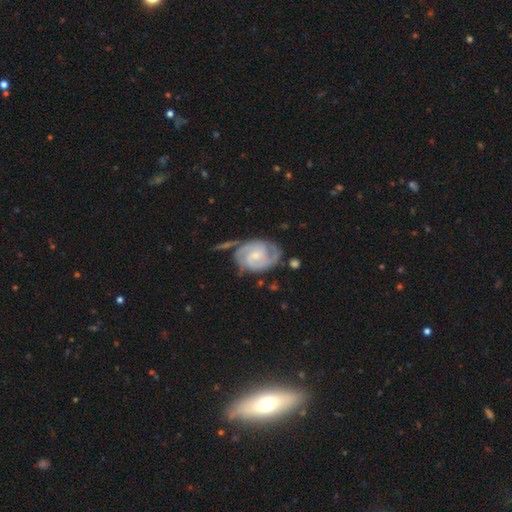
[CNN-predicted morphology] type=featured or disk (86%); edge-on=no (97%); bar=no (51%); spiral arms=yes (97%); winding=tight (52%); arm count=2 (73%); bulge=small (66%); merging=none (63%).